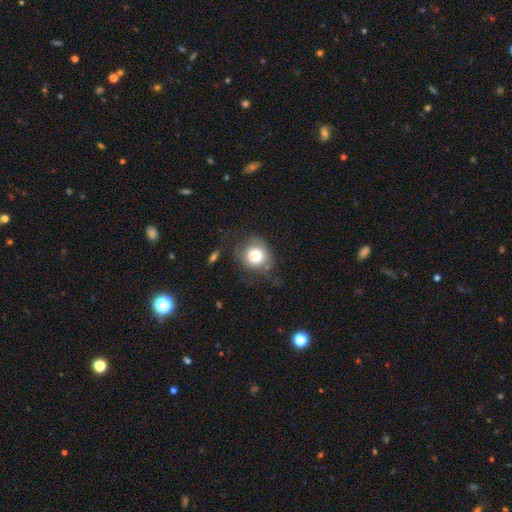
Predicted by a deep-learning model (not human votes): This appears to be a smooth galaxy with no disk features (74%) that is round (77%). Merging: none (53%).